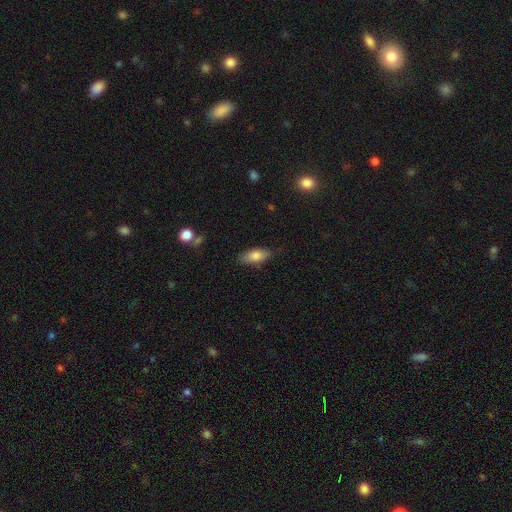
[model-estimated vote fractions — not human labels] Smooth or featured?
  - smooth: 79% *
  - featured or disk: 14%
  - star or artifact: 7%
How rounded?
  - in between: 81% *
  - cigar-shaped: 16%
  - round: 3%
Merging?
  - none: 81% *
  - minor disturbance: 15%
  - major disturbance: 3%
  - merger: 1%